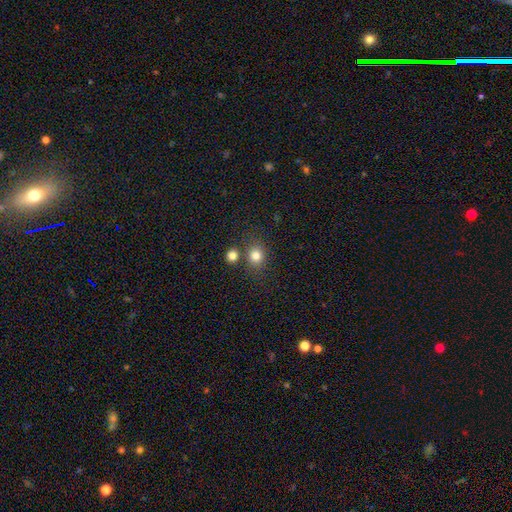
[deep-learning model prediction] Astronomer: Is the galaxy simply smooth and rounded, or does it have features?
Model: smooth — 81%.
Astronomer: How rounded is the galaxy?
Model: round — 78%.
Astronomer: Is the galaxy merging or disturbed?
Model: none — 72%.